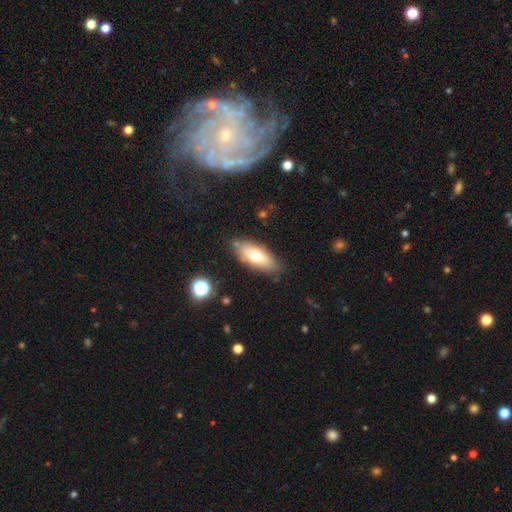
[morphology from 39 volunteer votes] smooth 67%, featured or disk 28%, star or artifact 5%. Down the decision tree: how rounded — in between (85%); merging — none (76%).